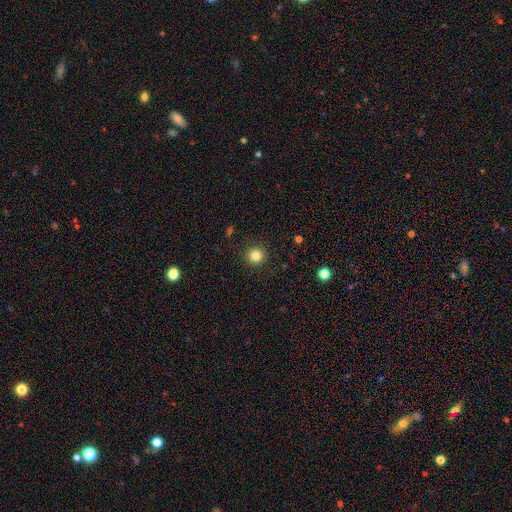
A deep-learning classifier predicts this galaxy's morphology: smooth_or_featured: smooth (p=0.83) [alt: star or artifact p=0.12]
how_rounded: round (p=0.94) [alt: in between p=0.05]
merging: none (p=0.91) [alt: minor disturbance p=0.05]